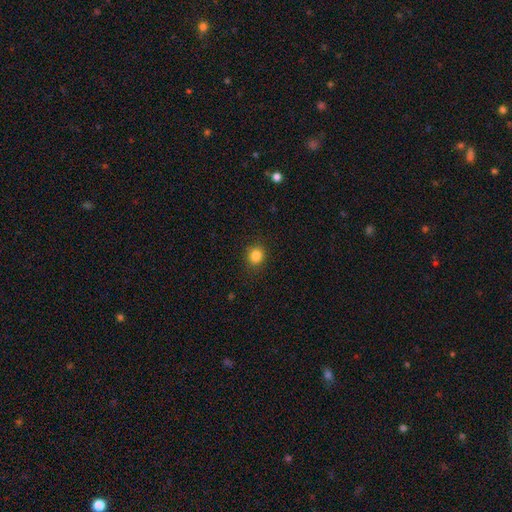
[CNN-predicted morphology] Q: Smooth or featured?
A: smooth (84%); runner-up: star or artifact (11%)
Q: How rounded?
A: round (82%); runner-up: in between (17%)
Q: Merging?
A: none (89%); runner-up: minor disturbance (8%)